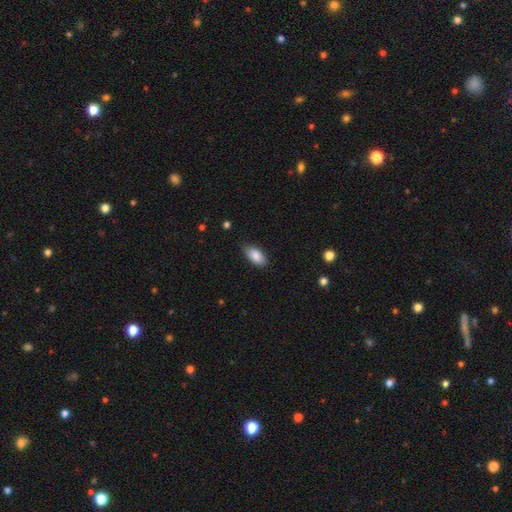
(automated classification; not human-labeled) smooth 86%, featured or disk 7%, star or artifact 7%. Down the decision tree: how rounded — in between (92%); merging — none (78%).